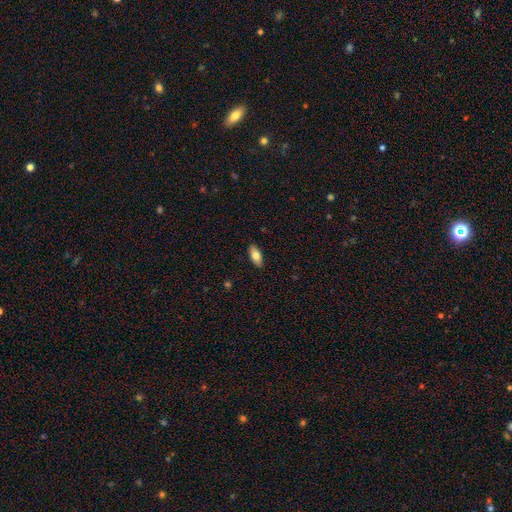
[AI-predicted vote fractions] Overall: smooth (77%). How rounded: in between (89%). Merging: none (89%).